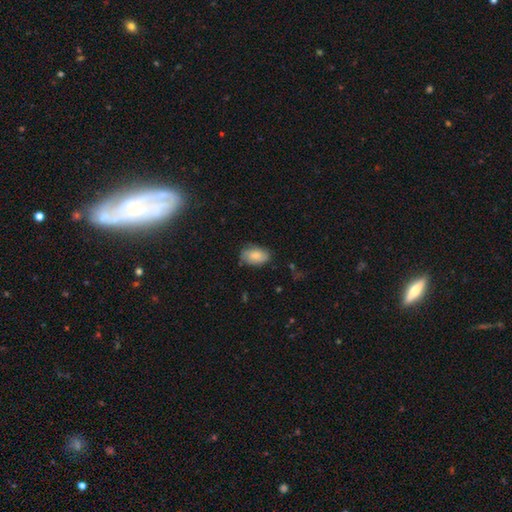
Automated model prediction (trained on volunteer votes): A smooth galaxy with no disk features (76%) that is in between round and cigar-shaped (90%).

Vote fractions:
- Smooth or featured? smooth: 76% / featured or disk: 18% / star or artifact: 7%
- How rounded? in between: 90% / round: 8% / cigar-shaped: 1%
- Merging? none: 69% / minor disturbance: 24% / major disturbance: 6% / merger: 1%